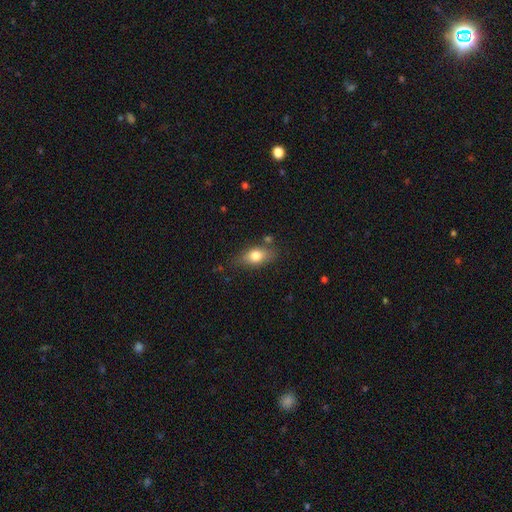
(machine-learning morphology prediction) This is likely a smooth galaxy (76%). How rounded: clearly in between (81%). Merging: likely none (73%).